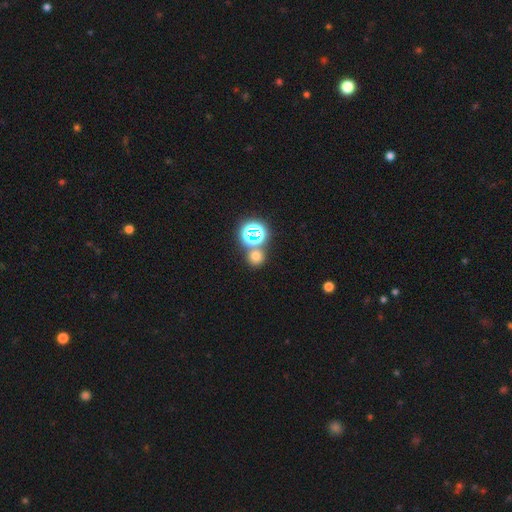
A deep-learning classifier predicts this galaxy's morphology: A smooth galaxy with no disk features (61%) that is round (85%).

Vote fractions:
- Smooth or featured? smooth: 61% / star or artifact: 32% / featured or disk: 7%
- How rounded? round: 85% / in between: 14% / cigar-shaped: 1%
- Merging? none: 69% / merger: 20% / minor disturbance: 7% / major disturbance: 3%